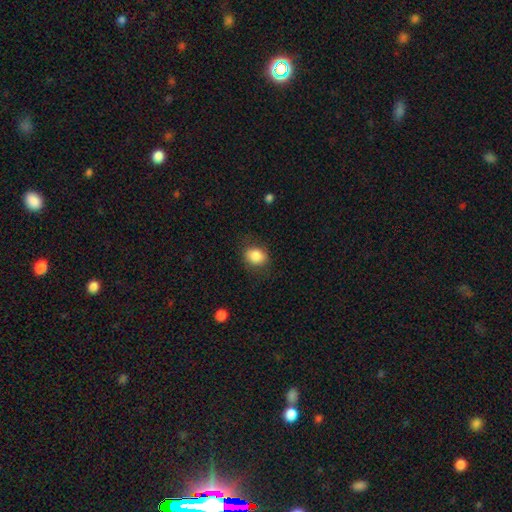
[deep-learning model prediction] Smooth or featured? Predicted: smooth (p=0.86). How rounded? Predicted: round (p=0.52). Merging? Predicted: none (p=0.79).